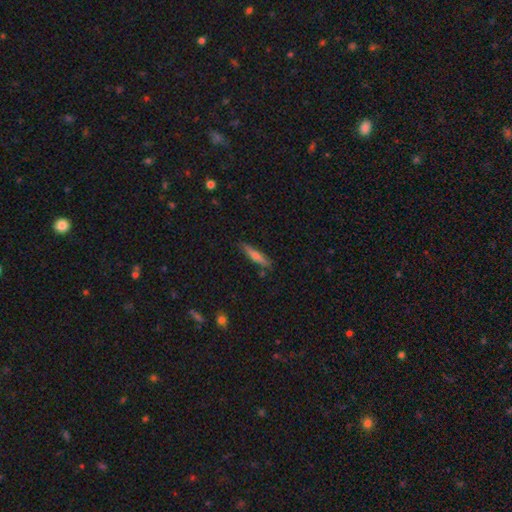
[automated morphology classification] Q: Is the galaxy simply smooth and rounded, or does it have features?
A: smooth — 54%.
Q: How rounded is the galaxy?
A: cigar-shaped — 87%.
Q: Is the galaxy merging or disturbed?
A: none — 83%.